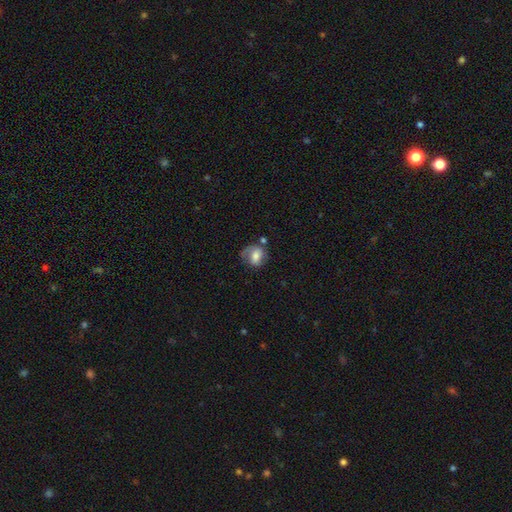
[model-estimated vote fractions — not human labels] smooth 53%, featured or disk 39%, star or artifact 9%. Down the decision tree: how rounded — round (53%); merging — none (49%).